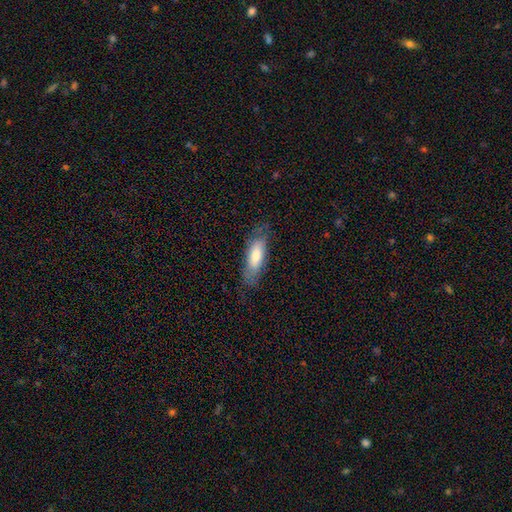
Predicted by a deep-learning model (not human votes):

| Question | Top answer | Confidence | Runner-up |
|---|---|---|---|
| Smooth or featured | smooth | 71% | featured or disk (23%) |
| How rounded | in between | 63% | cigar-shaped (36%) |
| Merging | none | 73% | minor disturbance (19%) |